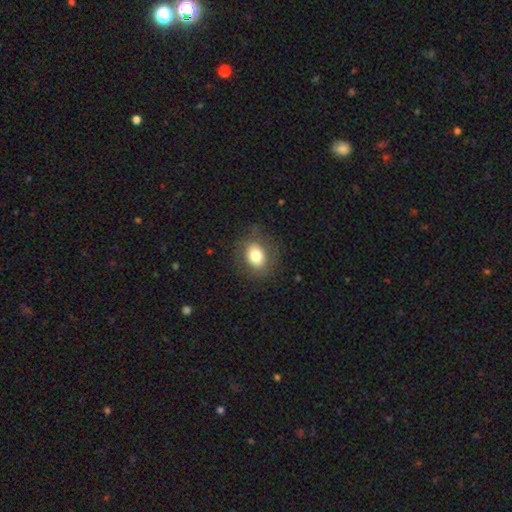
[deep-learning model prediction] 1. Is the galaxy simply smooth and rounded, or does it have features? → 77% smooth, 14% featured or disk, 10% star or artifact.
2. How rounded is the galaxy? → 51% in between, 48% round, 1% cigar-shaped.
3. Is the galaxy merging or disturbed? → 80% none, 13% minor disturbance, 6% major disturbance, 1% merger.